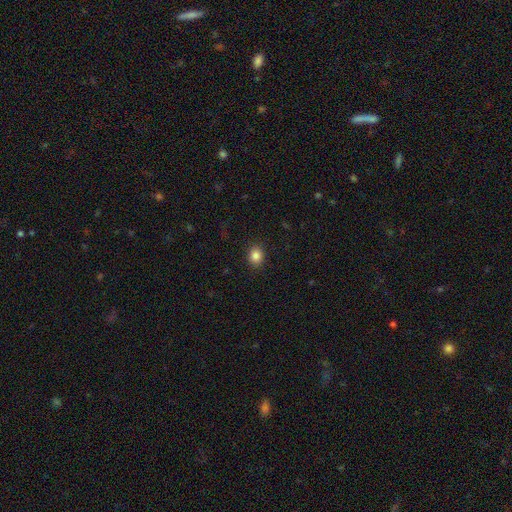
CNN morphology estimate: smooth 84%, star or artifact 11%, featured or disk 5%. Down the decision tree: how rounded — round (65%); merging — none (90%).